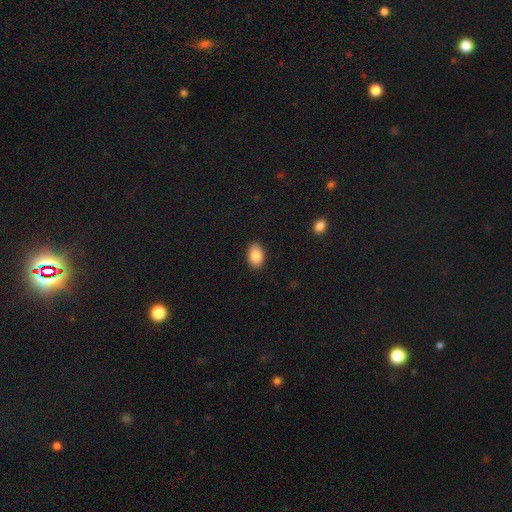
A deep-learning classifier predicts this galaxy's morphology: The model was most divided on "how rounded": in between: 85%, round: 14%, cigar-shaped: 1%. More confident: merging — none (88%); smooth or featured — smooth (86%).